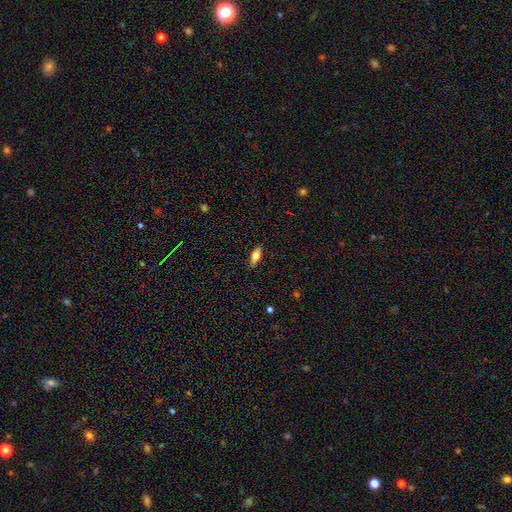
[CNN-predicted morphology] The model was most divided on "smooth or featured": smooth: 64%, featured or disk: 29%, star or artifact: 7%. More confident: merging — none (88%); how rounded — in between (68%).